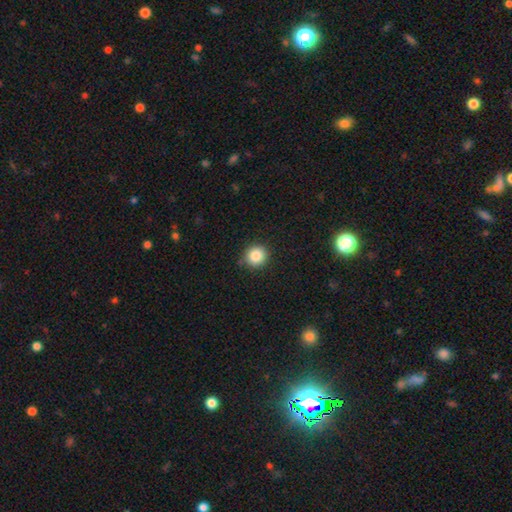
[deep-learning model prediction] smooth-or-featured: smooth: 85% | star or artifact: 10% | featured or disk: 4%
  how-rounded: round: 92% | in between: 7% | cigar-shaped: 1%
  merging: none: 87% | minor disturbance: 9% | major disturbance: 2% | merger: 2%